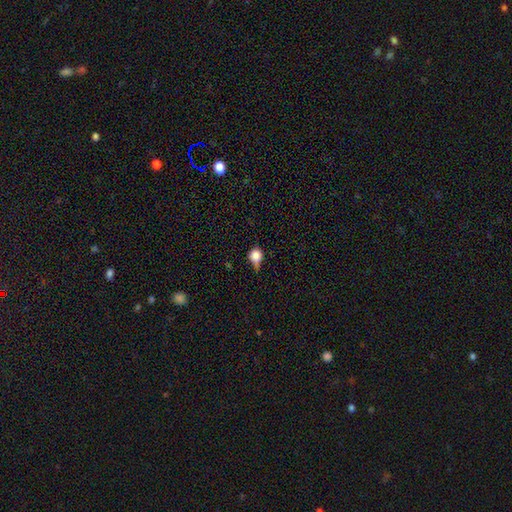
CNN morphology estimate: smooth 78%, star or artifact 11%, featured or disk 11%. Down the decision tree: how rounded — round (81%); merging — minor disturbance (41%).